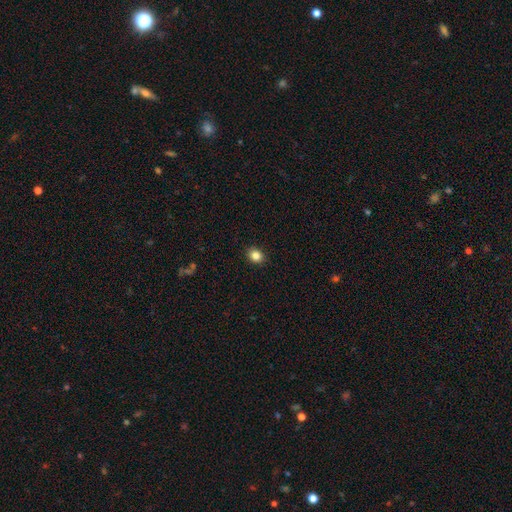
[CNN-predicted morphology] Smooth or featured?
  - smooth: 85% *
  - star or artifact: 10%
  - featured or disk: 5%
How rounded?
  - round: 58% *
  - in between: 41%
  - cigar-shaped: 1%
Merging?
  - none: 90% *
  - minor disturbance: 7%
  - major disturbance: 2%
  - merger: 1%